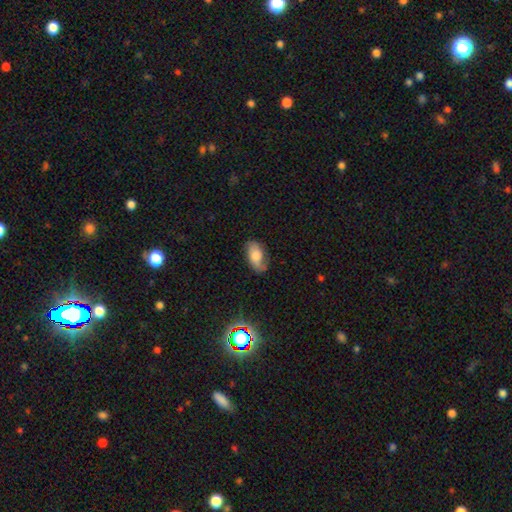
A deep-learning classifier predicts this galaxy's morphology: This appears to be a smooth galaxy with no disk features (60%) that is in between round and cigar-shaped (92%). Merging: none (67%).